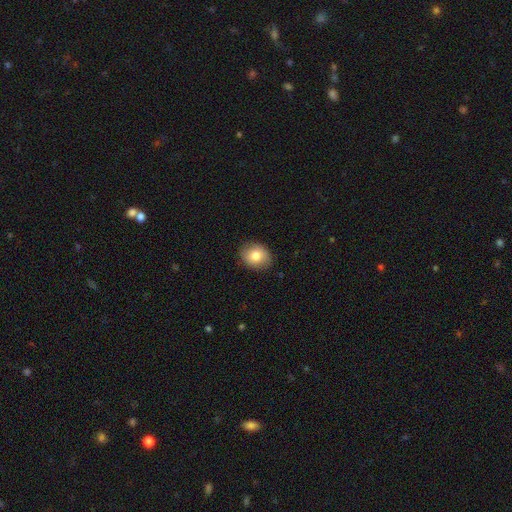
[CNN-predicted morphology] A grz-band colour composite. It shows a smooth galaxy with no disk features (81%) that is round (54%). Merging: none (86%).